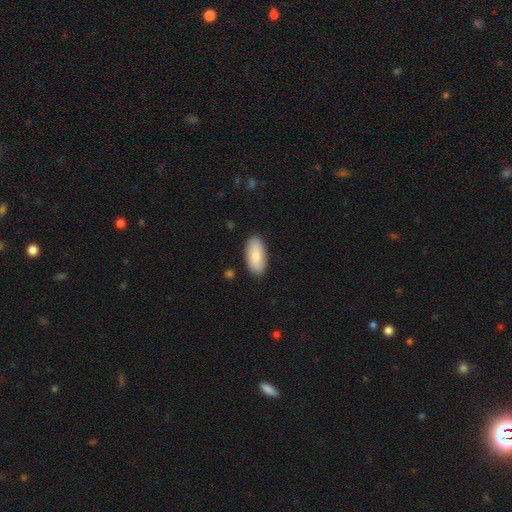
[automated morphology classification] smooth-or-featured: smooth: 81% | featured or disk: 13% | star or artifact: 5%
  how-rounded: in between: 92% | cigar-shaped: 6% | round: 2%
  merging: none: 87% | minor disturbance: 10% | major disturbance: 2% | merger: 1%